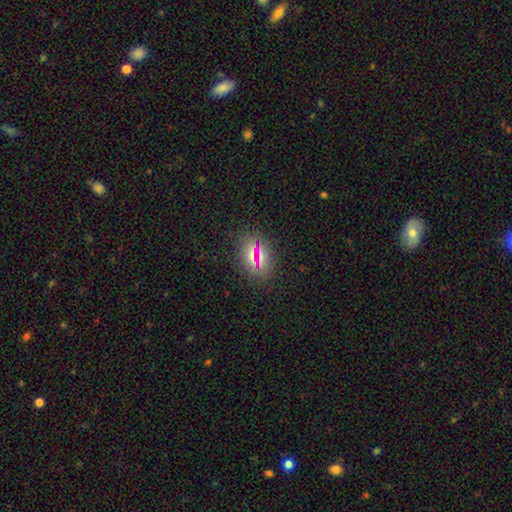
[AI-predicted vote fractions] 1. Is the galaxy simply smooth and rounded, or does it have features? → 62% smooth, 24% star or artifact, 14% featured or disk.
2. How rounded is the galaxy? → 52% in between, 42% round, 6% cigar-shaped.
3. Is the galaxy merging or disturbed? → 83% none, 10% minor disturbance, 4% major disturbance, 3% merger.